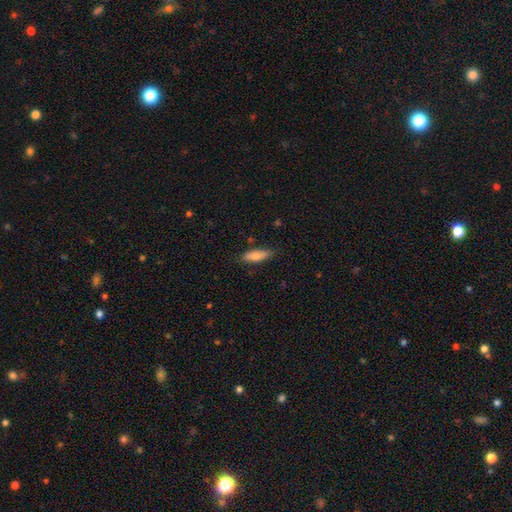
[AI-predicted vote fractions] smooth 77%, featured or disk 17%, star or artifact 6%. Down the decision tree: how rounded — in between (54%); merging — none (82%).